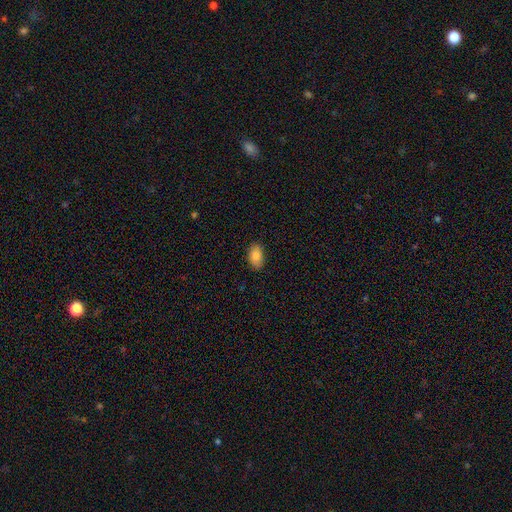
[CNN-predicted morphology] Smooth or featured? smooth (85%)
How rounded? in between (91%)
Merging? none (85%)